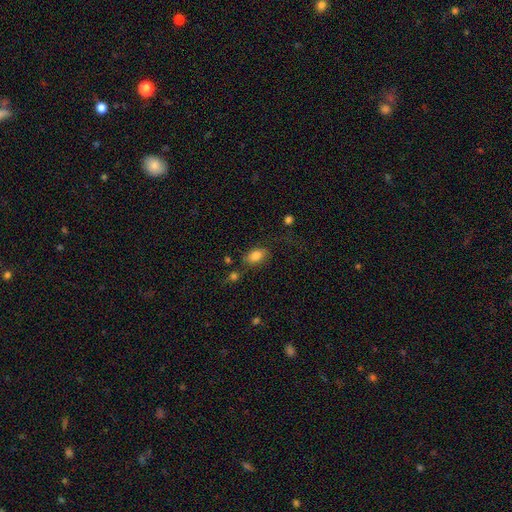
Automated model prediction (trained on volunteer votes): Smooth or featured? smooth (81%)
How rounded? in between (84%)
Merging? none (64%)